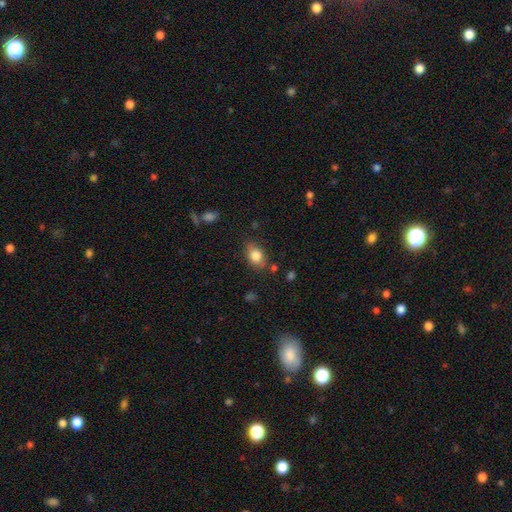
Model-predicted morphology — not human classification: A smooth galaxy with no disk features (82%) that is in between round and cigar-shaped (76%). Merging: none (74%).